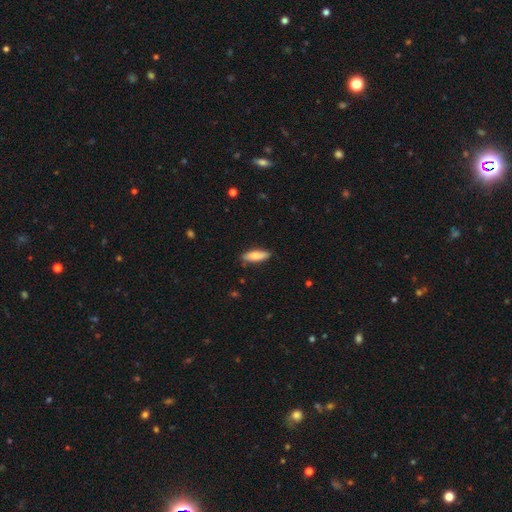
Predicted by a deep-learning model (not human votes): A smooth galaxy with no disk features (80%) that is in between round and cigar-shaped (53%). Merging: none (83%).